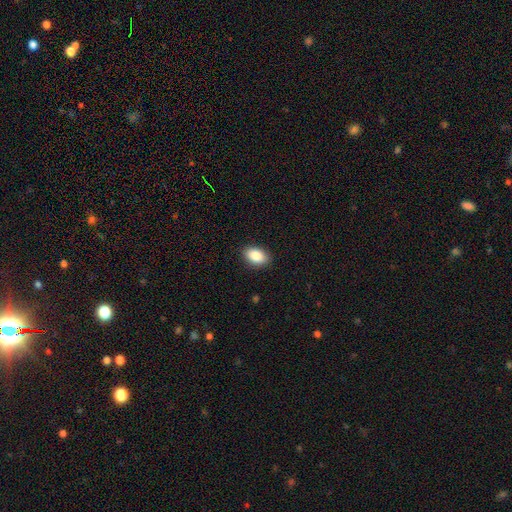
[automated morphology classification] This is clearly a smooth galaxy (87%). How rounded: clearly in between (87%). Merging: clearly none (89%).